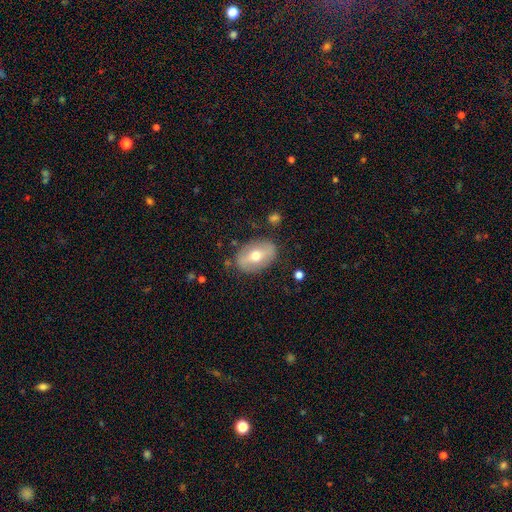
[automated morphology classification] smooth-or-featured: smooth: 51% | featured or disk: 42% | star or artifact: 6%
  how-rounded: in between: 85% | round: 13% | cigar-shaped: 2%
  merging: none: 81% | minor disturbance: 13% | major disturbance: 4% | merger: 2%